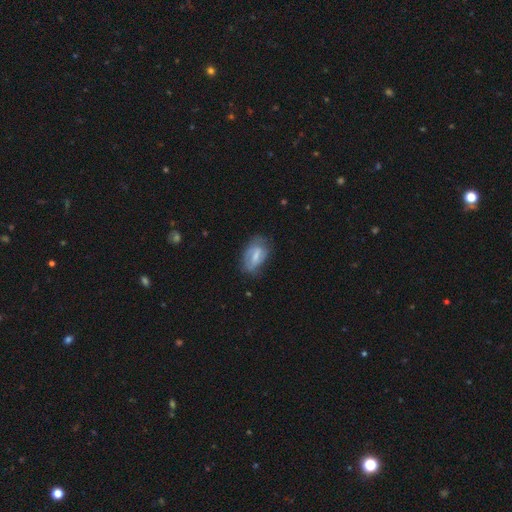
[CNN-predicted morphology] Smooth or featured? featured or disk (51%)
Edge-on disk? no (92%)
Merging? none (58%)